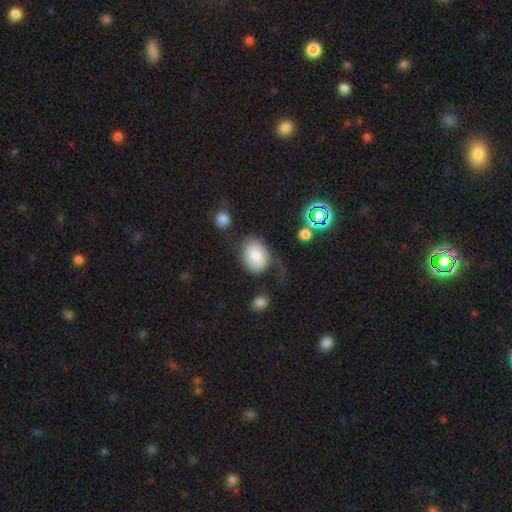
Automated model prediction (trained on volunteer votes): Smooth or featured: smooth — 68% (featured or disk — 23%)
How rounded: in between — 70% (round — 29%)
Merging: none — 44% (major disturbance — 26%)